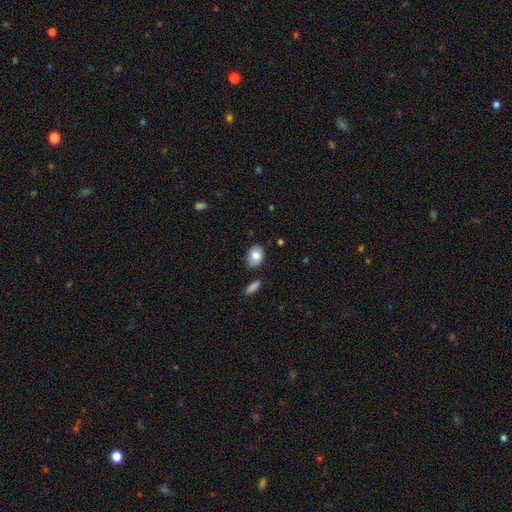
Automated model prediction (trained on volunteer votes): smooth_or_featured: smooth (p=0.81) [alt: featured or disk p=0.11]
how_rounded: in between (p=0.77) [alt: round p=0.22]
merging: none (p=0.80) [alt: minor disturbance p=0.13]